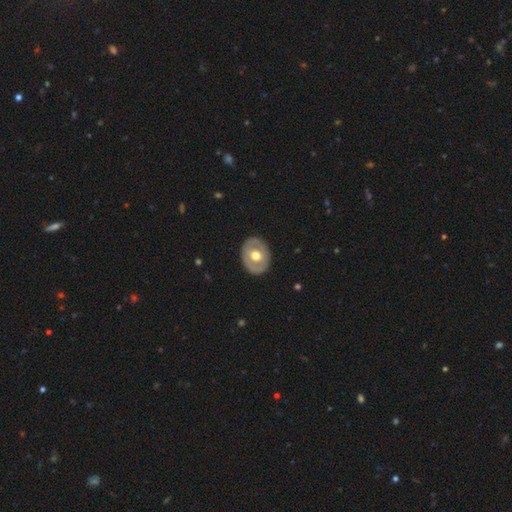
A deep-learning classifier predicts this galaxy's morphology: Smooth or featured?
  - featured or disk: 50% *
  - smooth: 45%
  - star or artifact: 5%
Merging?
  - none: 86% *
  - minor disturbance: 10%
  - major disturbance: 3%
  - merger: 1%